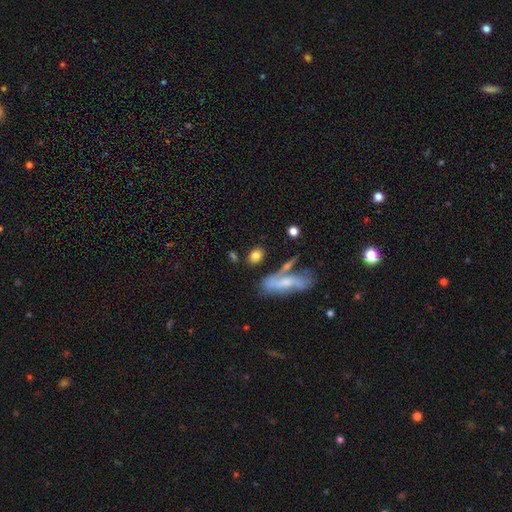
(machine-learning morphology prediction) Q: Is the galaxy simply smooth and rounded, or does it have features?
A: smooth — 78%.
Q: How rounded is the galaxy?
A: in between — 65%.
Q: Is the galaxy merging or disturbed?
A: none — 67%.